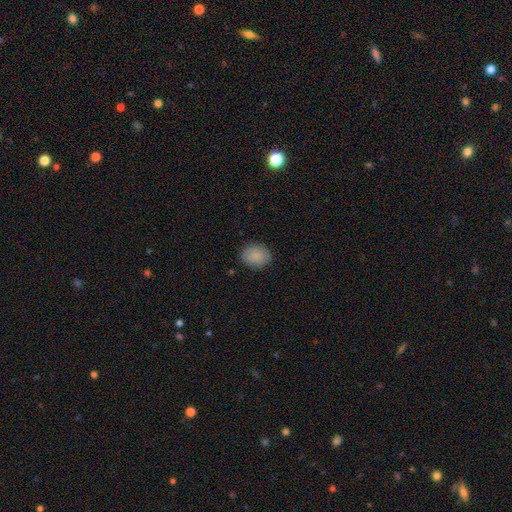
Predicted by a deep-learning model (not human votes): A smooth galaxy with no disk features (88%) that is round (60%).

Vote fractions:
- Smooth or featured? smooth: 88% / star or artifact: 7% / featured or disk: 5%
- How rounded? round: 60% / in between: 39% / cigar-shaped: 1%
- Merging? none: 87% / minor disturbance: 10% / major disturbance: 2% / merger: 1%